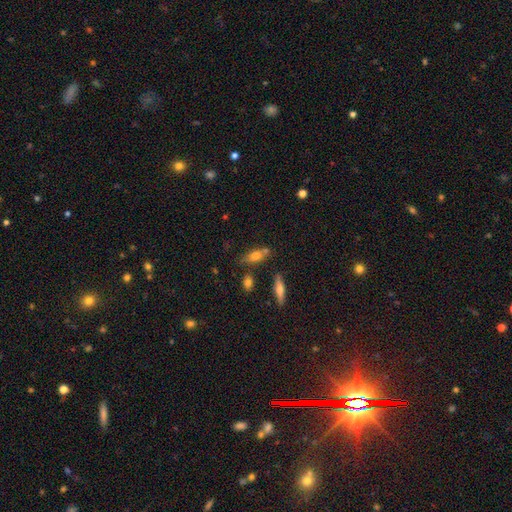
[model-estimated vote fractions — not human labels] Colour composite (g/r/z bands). It shows a smooth galaxy with no disk features (62%) that is in between round and cigar-shaped (62%). Merging: none (60%).